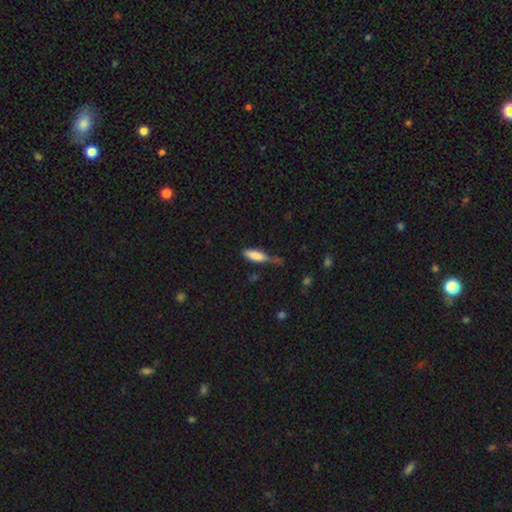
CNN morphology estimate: Smooth or featured?
  - smooth: 82% *
  - featured or disk: 11%
  - star or artifact: 7%
How rounded?
  - cigar-shaped: 53% *
  - in between: 45%
  - round: 2%
Merging?
  - none: 40% *
  - minor disturbance: 38%
  - major disturbance: 14%
  - merger: 8%